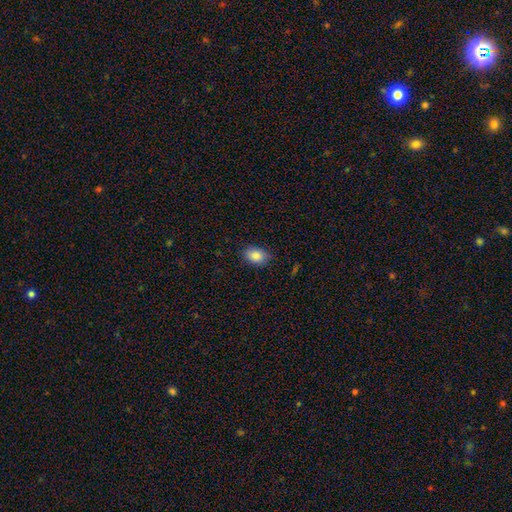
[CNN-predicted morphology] A smooth galaxy with no disk features (86%) that is in between round and cigar-shaped (80%). Merging: none (86%).